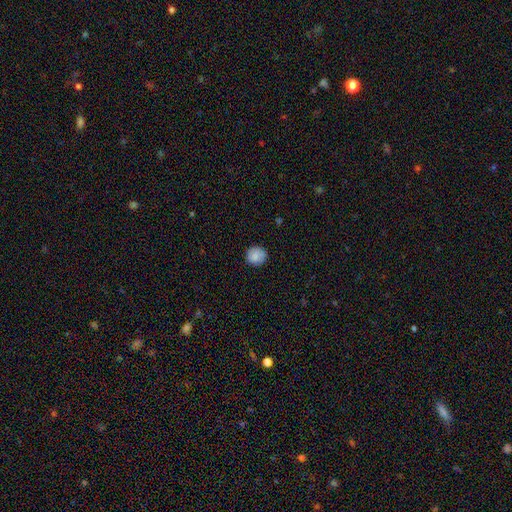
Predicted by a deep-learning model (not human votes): smooth 85%, star or artifact 8%, featured or disk 8%. Down the decision tree: how rounded — round (88%); merging — none (88%).